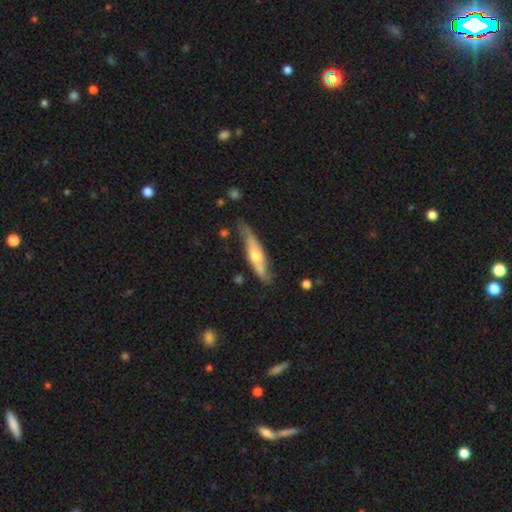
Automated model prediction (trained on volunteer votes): This is possibly a featured or disk galaxy (59%). It is likely viewed edge-on (75%). Merging: likely none (67%).